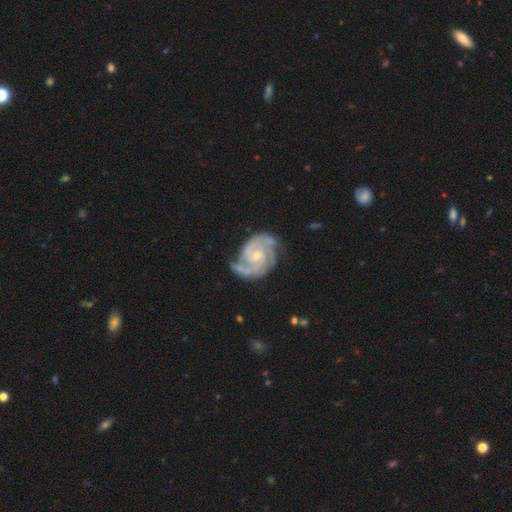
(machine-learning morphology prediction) featured or disk 92%, star or artifact 4%, smooth 4%. Down the decision tree: edge-on disk — no (98%); bar — no (61%); spiral arms — yes (98%); spiral arm count — 2 (64%); spiral winding — tight (50%); bulge size — small (61%); merging — none (66%).